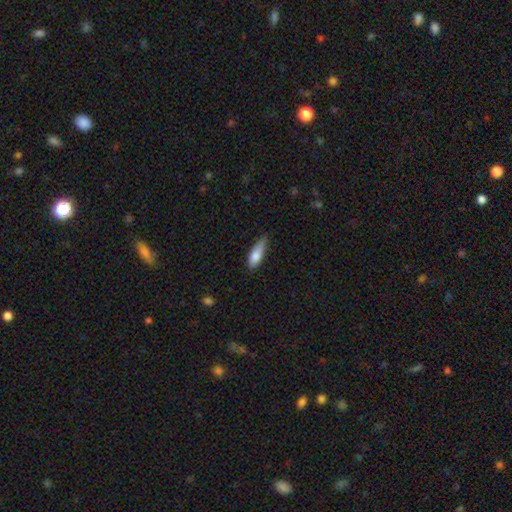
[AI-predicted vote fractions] Smooth or featured?
  - smooth: 79% *
  - featured or disk: 14%
  - star or artifact: 7%
How rounded?
  - in between: 54% *
  - cigar-shaped: 43%
  - round: 2%
Merging?
  - none: 51% *
  - minor disturbance: 39%
  - major disturbance: 8%
  - merger: 2%